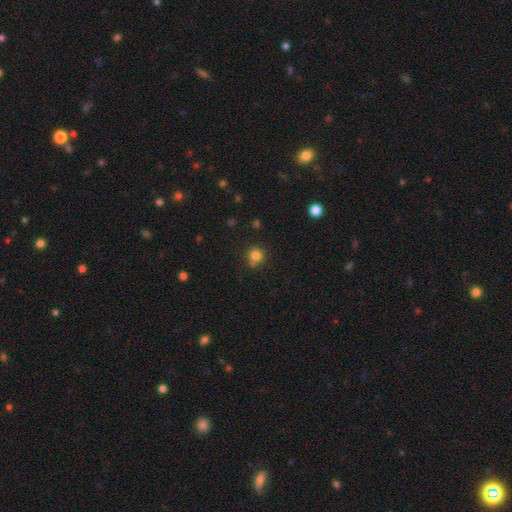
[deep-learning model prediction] This is clearly a smooth galaxy (80%). How rounded: clearly round (90%). Merging: likely none (74%).